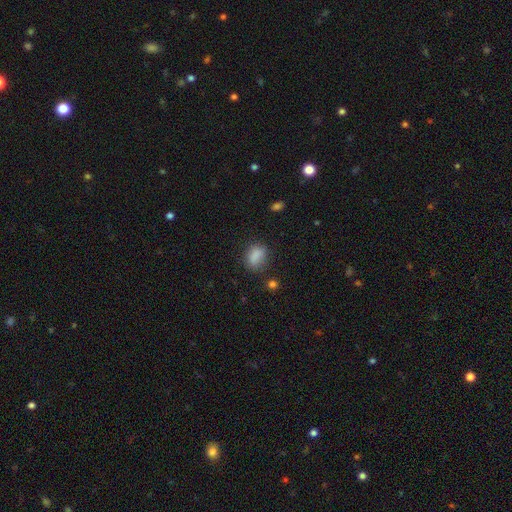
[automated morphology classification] Smooth or featured? smooth (84%)
How rounded? in between (73%)
Merging? none (72%)